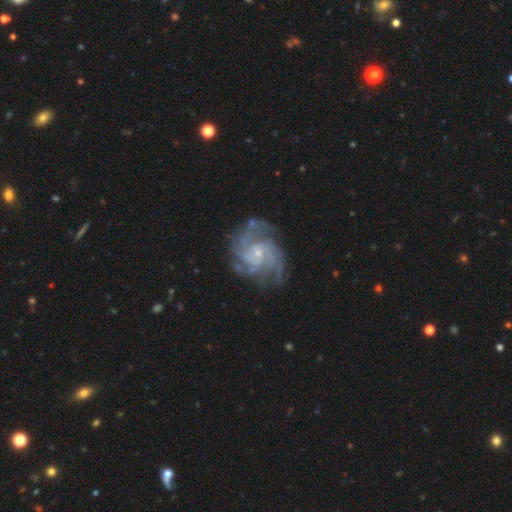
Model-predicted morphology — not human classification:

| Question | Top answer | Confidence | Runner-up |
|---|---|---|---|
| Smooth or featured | featured or disk | 86% | star or artifact (8%) |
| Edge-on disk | no | 98% | yes (2%) |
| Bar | no | 58% | weak (34%) |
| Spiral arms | yes | 97% | no (3%) |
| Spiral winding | tight | 49% | medium (42%) |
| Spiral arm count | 3 | 28% | 4 (24%) |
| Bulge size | small | 67% | moderate (24%) |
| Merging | none | 75% | minor disturbance (15%) |